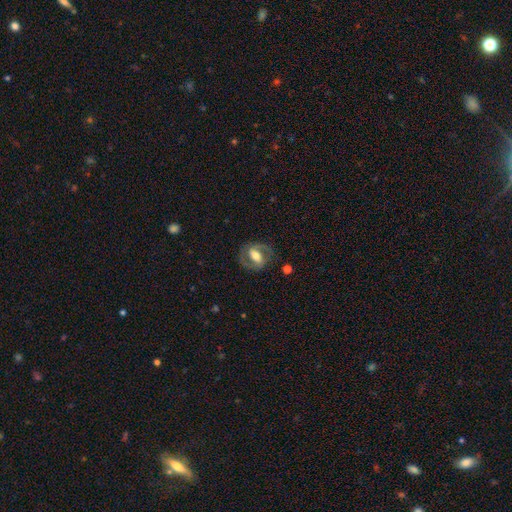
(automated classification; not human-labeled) A featured or disk galaxy (69%) with a strong bar (44%), spiral arms (73%) and a moderate central bulge (61%).

Vote fractions:
- Smooth or featured? featured or disk: 69% / smooth: 24% / star or artifact: 6%
- Edge-on disk? no: 94% / yes: 6%
- Bar? strong: 44% / weak: 34% / no: 22%
- Spiral arms? yes: 73% / no: 27%
- Bulge size? moderate: 61% / large: 21% / small: 14% / dominant: 2% / none: 2%
- Merging? none: 76% / minor disturbance: 14% / major disturbance: 8% / merger: 1%